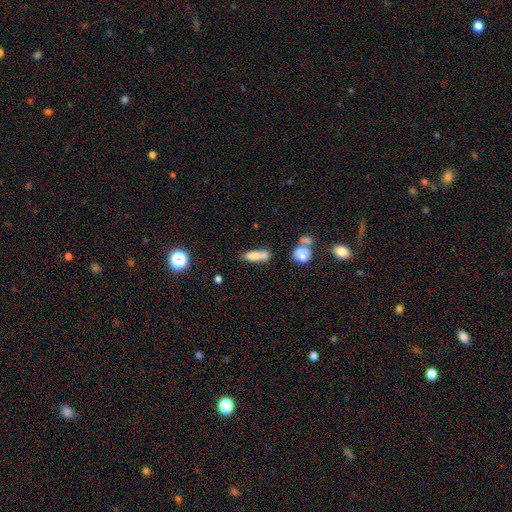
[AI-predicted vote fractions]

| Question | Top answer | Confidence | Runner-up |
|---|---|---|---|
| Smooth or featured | smooth | 73% | featured or disk (16%) |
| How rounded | in between | 67% | cigar-shaped (28%) |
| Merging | merger | 46% | none (32%) |